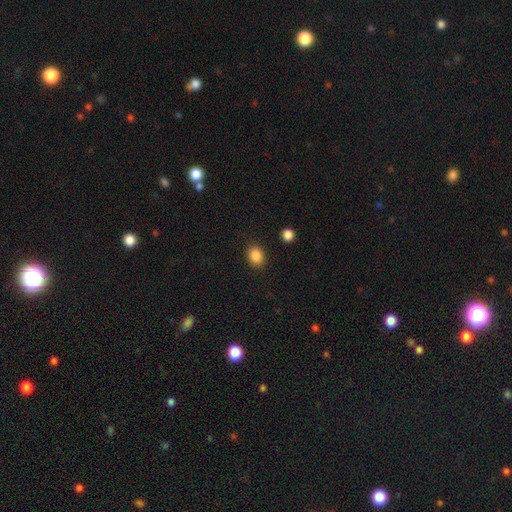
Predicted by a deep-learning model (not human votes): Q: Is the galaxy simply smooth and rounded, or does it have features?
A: smooth — 87%.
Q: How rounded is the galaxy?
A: in between — 61%.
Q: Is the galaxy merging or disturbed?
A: none — 86%.